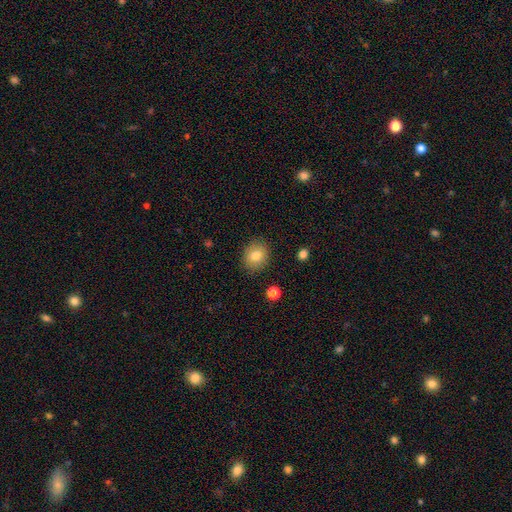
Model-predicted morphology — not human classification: Smooth or featured? Predicted: smooth (p=0.80). How rounded? Predicted: round (p=0.62). Merging? Predicted: none (p=0.88).